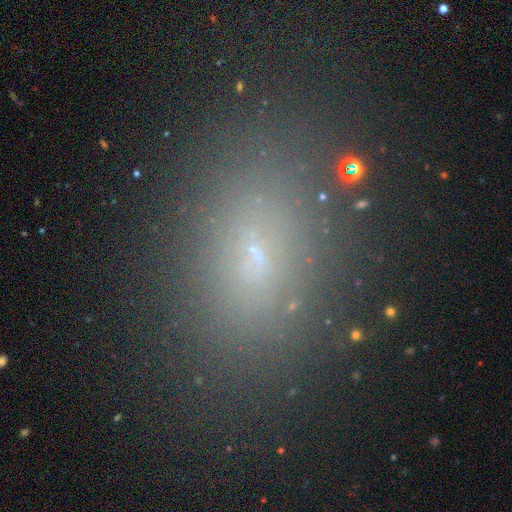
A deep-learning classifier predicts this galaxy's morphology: Smooth or featured?
  - smooth: 63% *
  - star or artifact: 22%
  - featured or disk: 15%
How rounded?
  - in between: 81% *
  - round: 13%
  - cigar-shaped: 6%
Merging?
  - none: 81% *
  - minor disturbance: 12%
  - major disturbance: 5%
  - merger: 2%